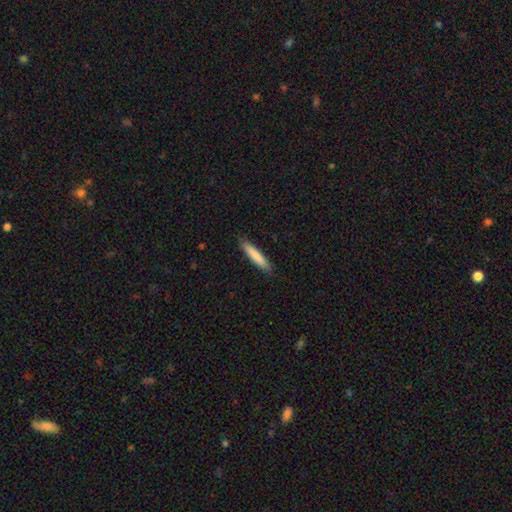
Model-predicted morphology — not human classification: Smooth or featured? smooth (82%)
How rounded? cigar-shaped (87%)
Merging? none (88%)